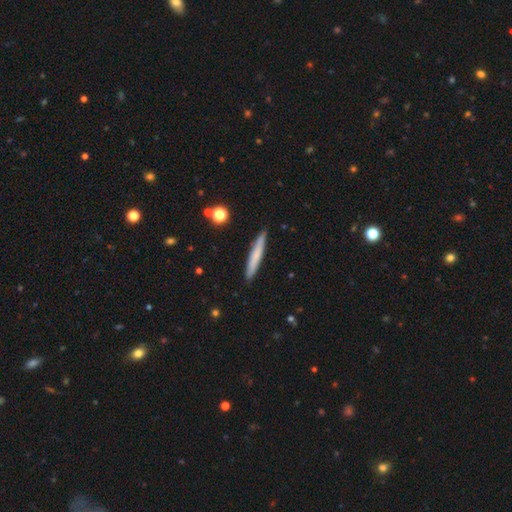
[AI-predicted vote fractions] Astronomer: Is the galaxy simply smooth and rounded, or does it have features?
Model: smooth — 66%.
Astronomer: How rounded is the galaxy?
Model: cigar-shaped — 95%.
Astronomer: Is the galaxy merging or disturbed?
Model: none — 90%.